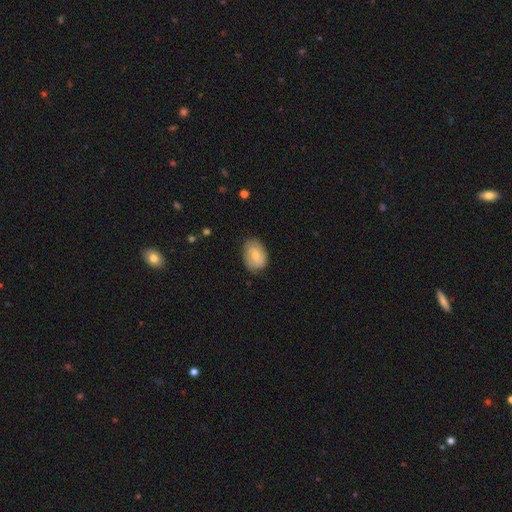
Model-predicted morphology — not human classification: smooth_or_featured: smooth (p=0.49) [alt: featured or disk p=0.44]
merging: none (p=0.79) [alt: minor disturbance p=0.16]